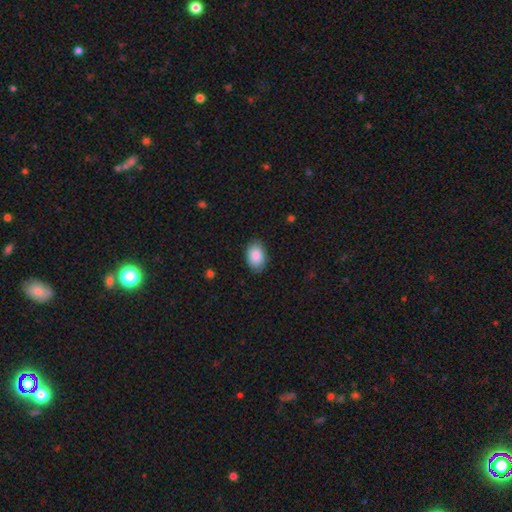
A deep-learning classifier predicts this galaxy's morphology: Q: Smooth or featured?
A: smooth (89%); runner-up: star or artifact (6%)
Q: How rounded?
A: in between (89%); runner-up: round (10%)
Q: Merging?
A: none (86%); runner-up: minor disturbance (11%)